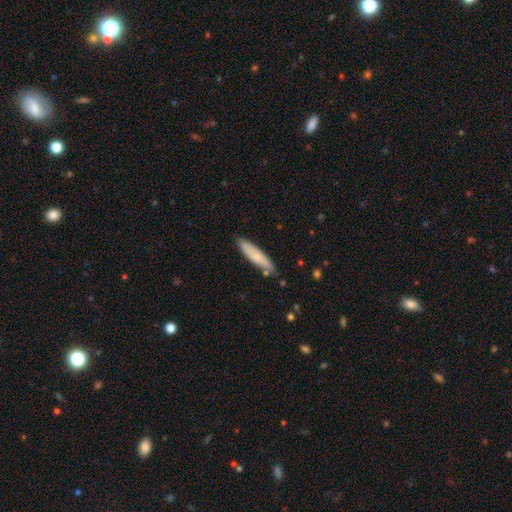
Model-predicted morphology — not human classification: Smooth or featured? smooth (74%)
How rounded? cigar-shaped (82%)
Merging? none (84%)